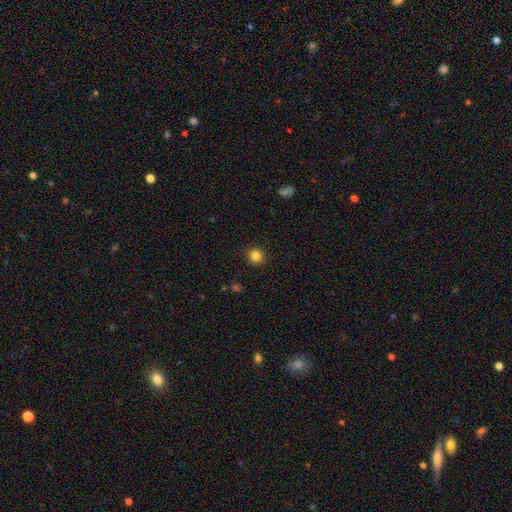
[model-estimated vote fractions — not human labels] This appears to be a smooth galaxy with no disk features (84%) that is round (93%). Merging: none (92%).